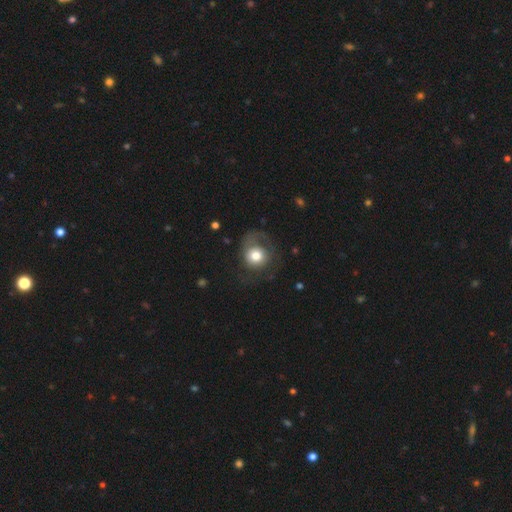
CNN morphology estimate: Q: Smooth or featured?
A: smooth (61%); runner-up: featured or disk (31%)
Q: How rounded?
A: round (81%); runner-up: in between (18%)
Q: Merging?
A: none (47%); runner-up: major disturbance (31%)